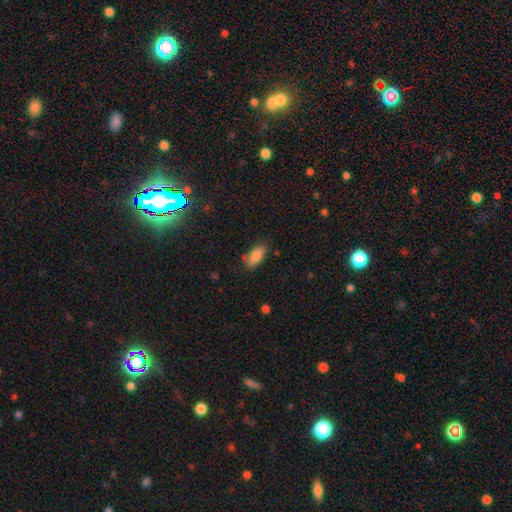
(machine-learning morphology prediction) smooth-or-featured: smooth: 86% | star or artifact: 8% | featured or disk: 6%
  how-rounded: in between: 86% | cigar-shaped: 12% | round: 2%
  merging: none: 76% | minor disturbance: 17% | major disturbance: 4% | merger: 3%